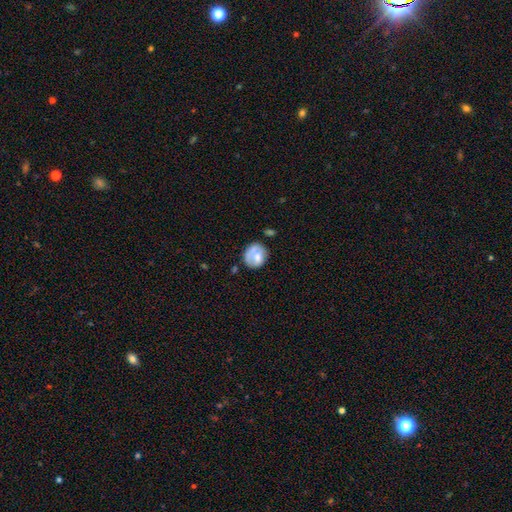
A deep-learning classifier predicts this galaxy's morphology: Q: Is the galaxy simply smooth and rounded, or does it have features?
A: smooth — 61%.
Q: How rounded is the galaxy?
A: round — 67%.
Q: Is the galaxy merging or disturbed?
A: none — 53%.